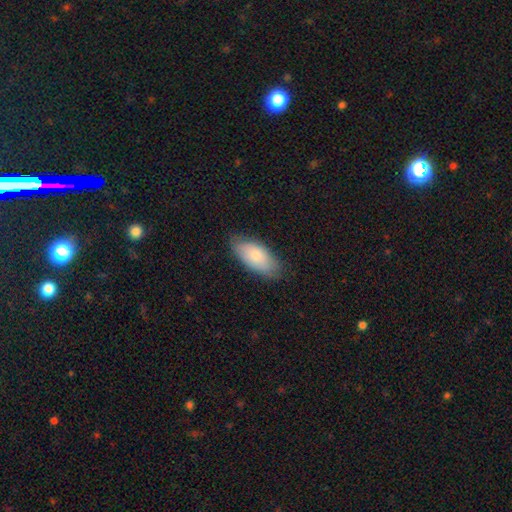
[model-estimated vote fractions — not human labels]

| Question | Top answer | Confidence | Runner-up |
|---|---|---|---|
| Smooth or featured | smooth | 78% | featured or disk (16%) |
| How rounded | in between | 91% | cigar-shaped (7%) |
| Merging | none | 77% | minor disturbance (19%) |